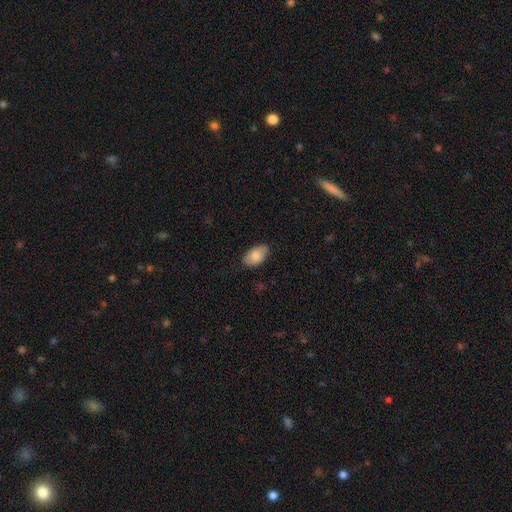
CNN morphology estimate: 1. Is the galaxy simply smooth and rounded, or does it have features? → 80% smooth, 14% featured or disk, 6% star or artifact.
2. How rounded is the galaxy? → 94% in between, 5% round, 2% cigar-shaped.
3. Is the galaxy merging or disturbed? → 81% none, 16% minor disturbance, 3% major disturbance, 1% merger.